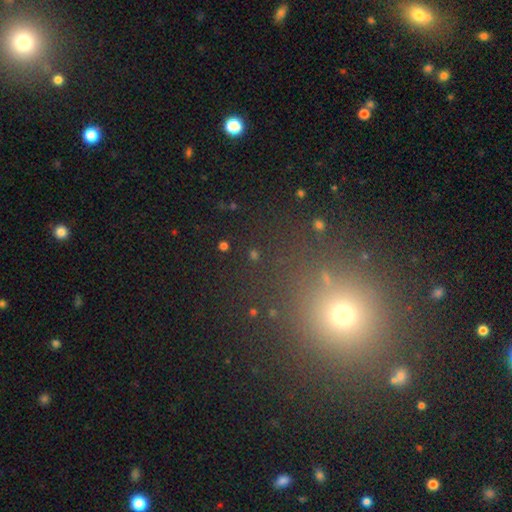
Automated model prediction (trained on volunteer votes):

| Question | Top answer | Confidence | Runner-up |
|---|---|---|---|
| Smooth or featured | star or artifact | 48% | smooth (42%) |